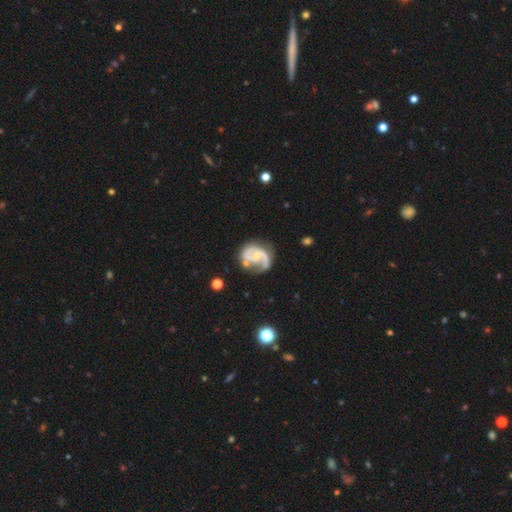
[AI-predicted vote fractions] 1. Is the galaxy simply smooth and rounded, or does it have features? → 83% featured or disk, 11% smooth, 5% star or artifact.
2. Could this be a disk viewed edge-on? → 98% no, 2% yes.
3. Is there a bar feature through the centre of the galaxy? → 50% no, 38% weak, 12% strong.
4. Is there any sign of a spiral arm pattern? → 93% yes, 7% no.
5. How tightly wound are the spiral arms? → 48% medium, 28% loose, 25% tight.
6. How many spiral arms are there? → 70% 2, 18% 1, 7% can't tell, 3% 3, 1% 4, 1% more than 4.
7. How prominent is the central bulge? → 63% small, 24% moderate, 11% none, 1% large, 1% dominant.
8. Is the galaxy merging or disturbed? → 51% none, 24% minor disturbance, 20% major disturbance, 5% merger.